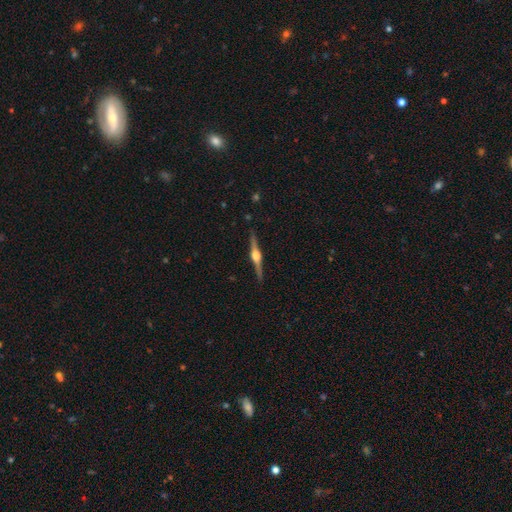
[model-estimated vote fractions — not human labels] smooth-or-featured: featured or disk: 85% | smooth: 10% | star or artifact: 5%
  disk-edge-on: yes: 98% | no: 2%
    edge-on-bulge: rounded: 94% | boxy: 5% | none: 2%
  merging: none: 91% | minor disturbance: 7% | major disturbance: 1% | merger: 1%